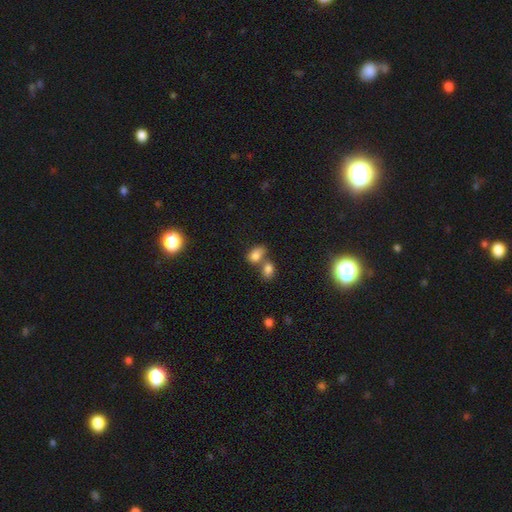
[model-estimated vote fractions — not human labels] Smooth or featured: smooth — 81% (star or artifact — 10%)
How rounded: in between — 82% (round — 16%)
Merging: merger — 49% (none — 36%)